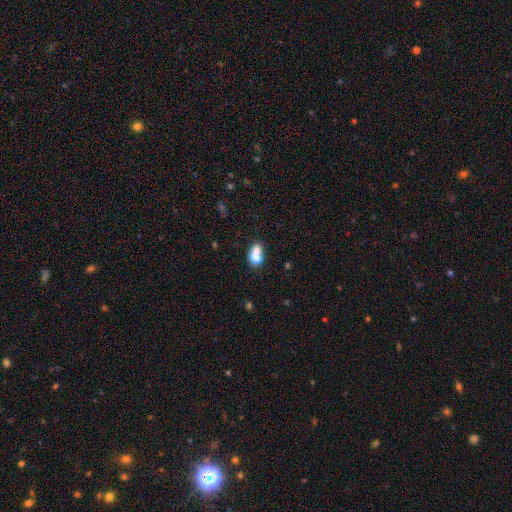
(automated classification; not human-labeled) A smooth galaxy with no disk features (70%) that is in between round and cigar-shaped (66%). Merging: merger (57%).